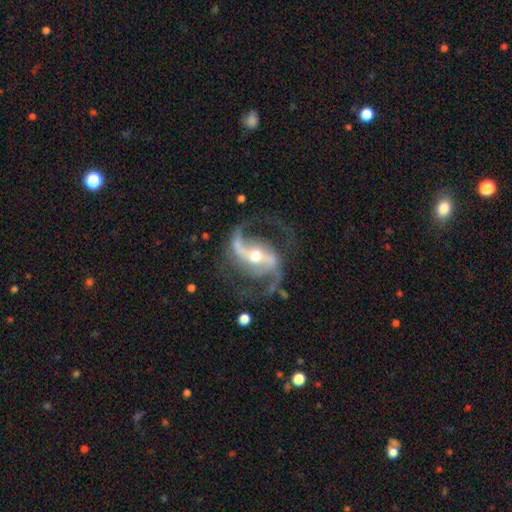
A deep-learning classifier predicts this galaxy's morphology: Smooth or featured: featured or disk — 92% (star or artifact — 5%)
Edge-on disk: no — 97% (yes — 3%)
Bar: strong — 55% (weak — 29%)
Spiral arms: yes — 98% (no — 2%)
Spiral winding: medium — 49% (loose — 42%)
Spiral arm count: 2 — 93% (1 — 2%)
Bulge size: moderate — 61% (small — 33%)
Merging: none — 74% (minor disturbance — 14%)